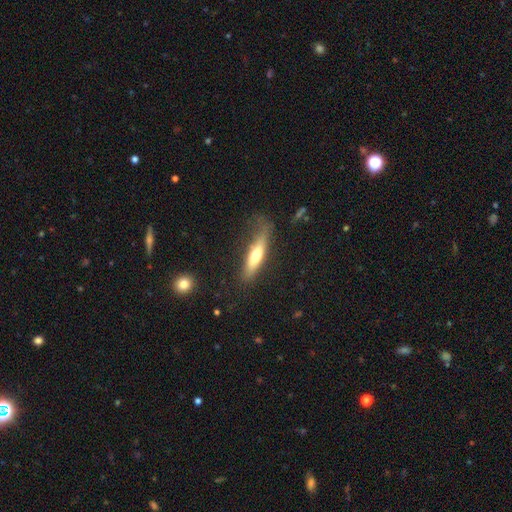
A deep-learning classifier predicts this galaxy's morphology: smooth_or_featured: smooth (p=0.57) [alt: featured or disk p=0.37]
how_rounded: cigar-shaped (p=0.71) [alt: in between p=0.26]
merging: none (p=0.61) [alt: minor disturbance p=0.23]